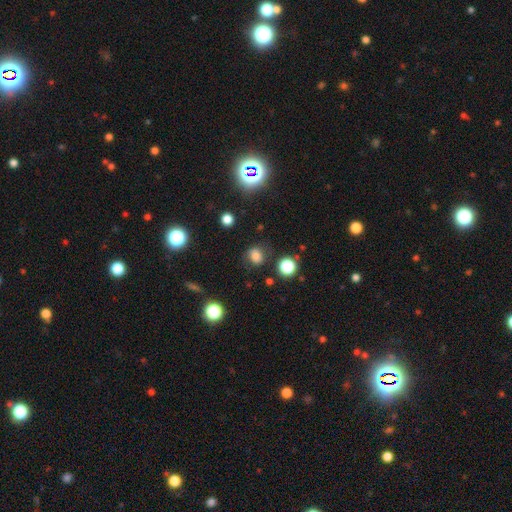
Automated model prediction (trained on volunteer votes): This is likely a smooth galaxy (75%). How rounded: likely round (61%). Merging: likely none (73%).